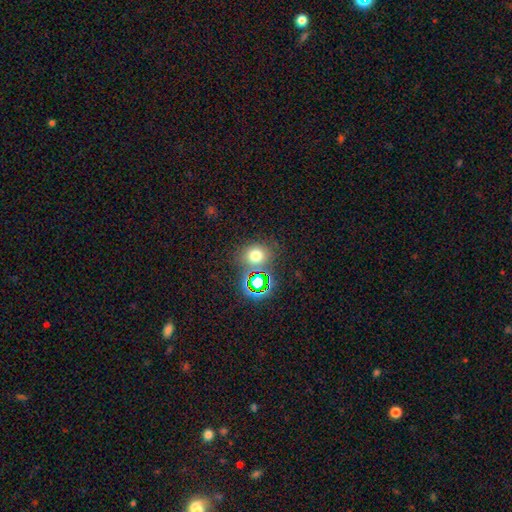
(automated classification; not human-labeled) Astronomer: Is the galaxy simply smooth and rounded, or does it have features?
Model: smooth — 65%.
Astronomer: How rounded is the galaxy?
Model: round — 77%.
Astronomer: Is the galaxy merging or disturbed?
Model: none — 74%.